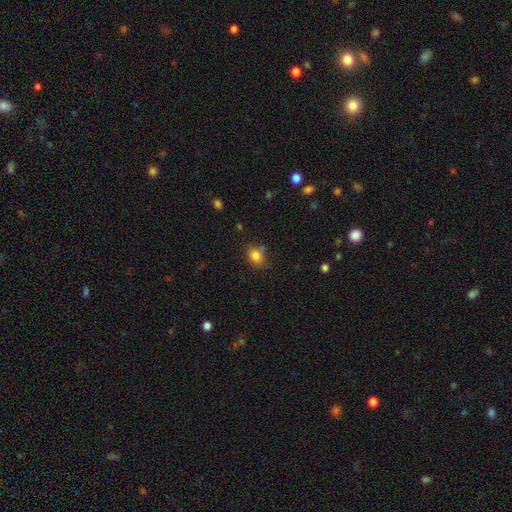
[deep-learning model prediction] smooth 82%, star or artifact 11%, featured or disk 6%. Down the decision tree: how rounded — round (56%); merging — none (69%).